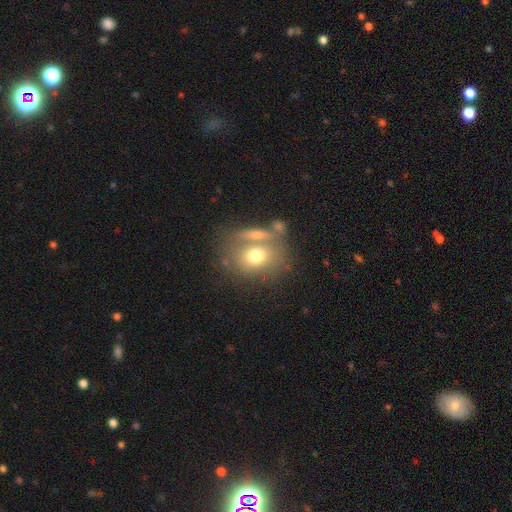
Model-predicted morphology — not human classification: Smooth or featured?
  - smooth: 68% *
  - featured or disk: 23%
  - star or artifact: 9%
How rounded?
  - round: 51% *
  - in between: 47%
  - cigar-shaped: 2%
Merging?
  - none: 49% *
  - merger: 27%
  - minor disturbance: 15%
  - major disturbance: 9%